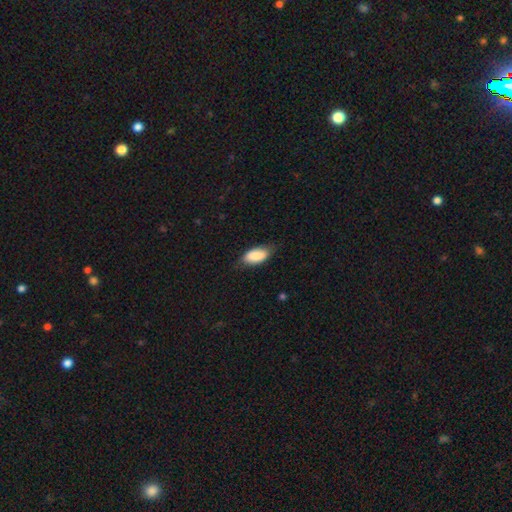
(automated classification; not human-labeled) A smooth galaxy with no disk features (84%) that is in between round and cigar-shaped (90%).

Vote fractions:
- Smooth or featured? smooth: 84% / featured or disk: 9% / star or artifact: 6%
- How rounded? in between: 90% / cigar-shaped: 8% / round: 3%
- Merging? none: 70% / minor disturbance: 23% / major disturbance: 5% / merger: 1%